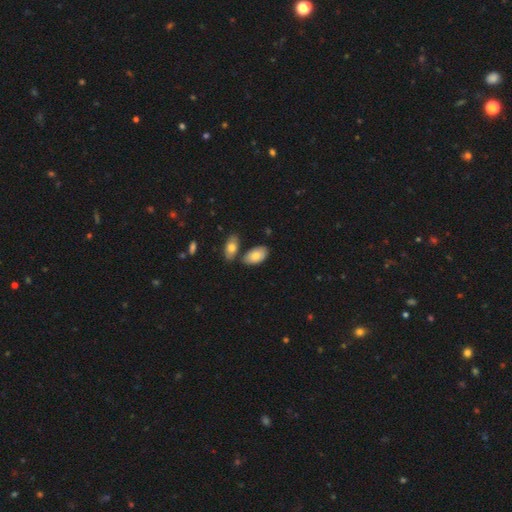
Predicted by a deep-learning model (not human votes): Smooth or featured? Predicted: smooth (p=0.80). How rounded? Predicted: in between (p=0.94). Merging? Predicted: none (p=0.67).